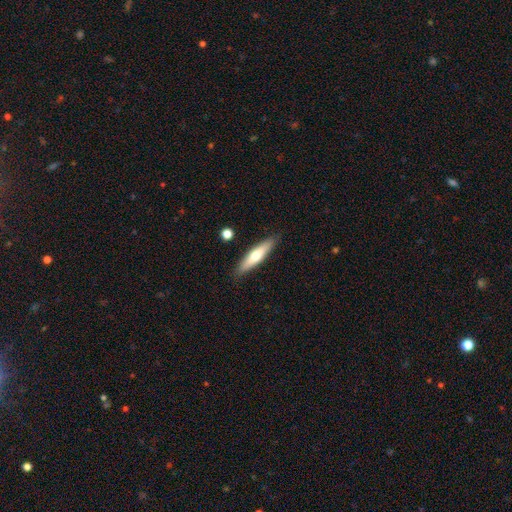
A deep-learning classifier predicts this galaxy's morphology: Smooth or featured?
  - smooth: 55% *
  - featured or disk: 40%
  - star or artifact: 6%
How rounded?
  - cigar-shaped: 79% *
  - in between: 19%
  - round: 2%
Merging?
  - none: 88% *
  - minor disturbance: 9%
  - merger: 2%
  - major disturbance: 2%